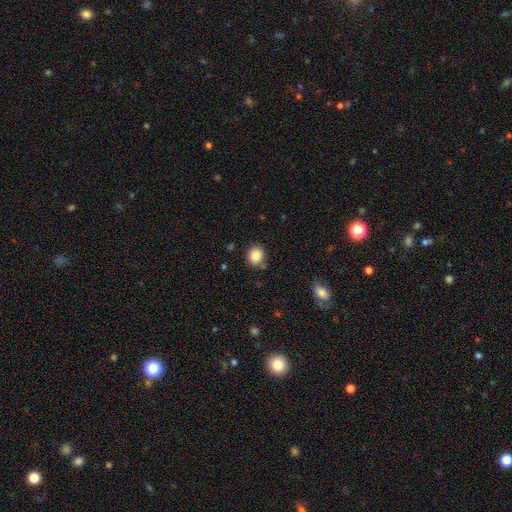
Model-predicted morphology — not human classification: Q: Smooth or featured?
A: smooth (87%); runner-up: star or artifact (9%)
Q: How rounded?
A: round (71%); runner-up: in between (28%)
Q: Merging?
A: none (82%); runner-up: minor disturbance (12%)